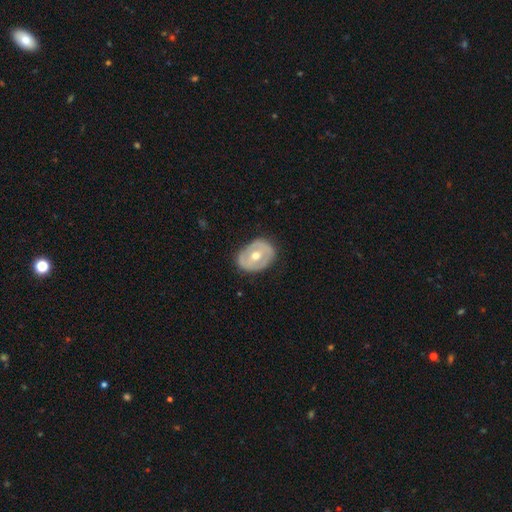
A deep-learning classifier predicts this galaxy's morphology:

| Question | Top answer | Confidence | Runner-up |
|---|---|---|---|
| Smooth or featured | featured or disk | 58% | smooth (36%) |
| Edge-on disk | no | 93% | yes (7%) |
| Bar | no | 67% | weak (22%) |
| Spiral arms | no | 78% | yes (22%) |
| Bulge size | moderate | 77% | small (17%) |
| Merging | none | 80% | minor disturbance (15%) |